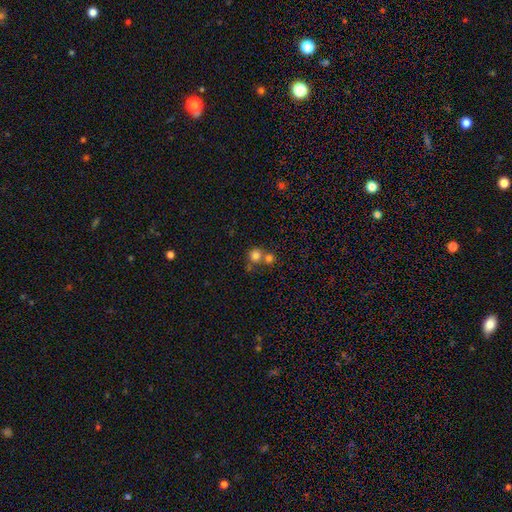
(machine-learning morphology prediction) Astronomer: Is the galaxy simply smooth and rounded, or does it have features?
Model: smooth — 78%.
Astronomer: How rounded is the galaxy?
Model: round — 89%.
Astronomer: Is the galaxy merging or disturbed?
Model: none — 50% (runner-up: merger, 40%).